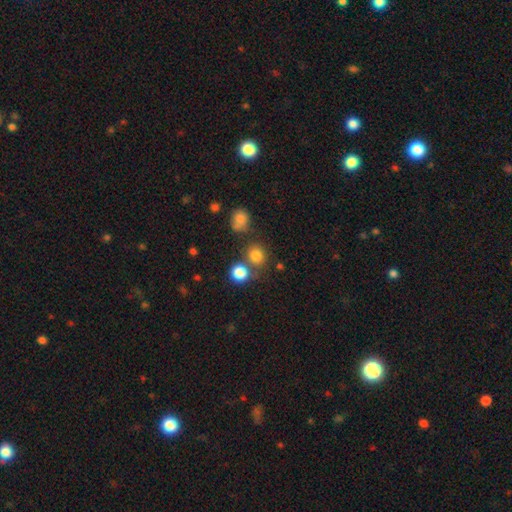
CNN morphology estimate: Smooth or featured? smooth (80%)
How rounded? round (83%)
Merging? none (68%)